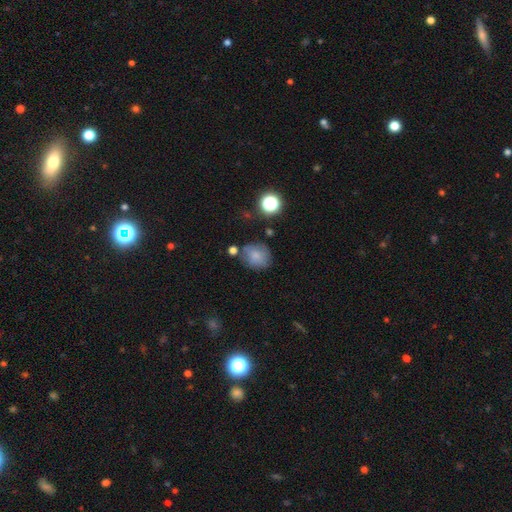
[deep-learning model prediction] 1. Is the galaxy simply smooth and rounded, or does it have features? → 77% smooth, 12% star or artifact, 12% featured or disk.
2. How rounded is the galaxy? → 69% round, 30% in between, 1% cigar-shaped.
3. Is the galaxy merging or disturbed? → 61% none, 22% minor disturbance, 8% merger, 8% major disturbance.